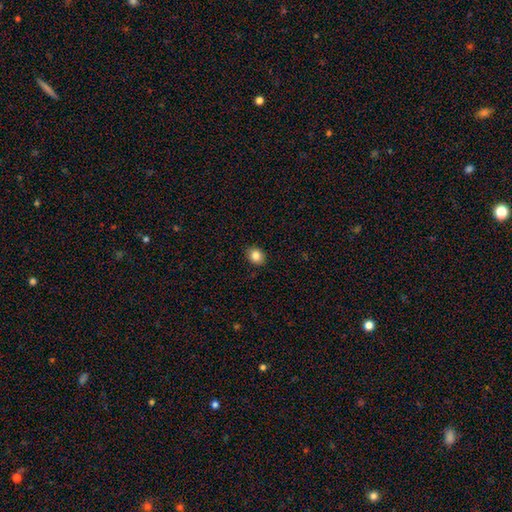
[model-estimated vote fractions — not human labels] Smooth or featured? smooth (84%)
How rounded? round (61%)
Merging? none (89%)